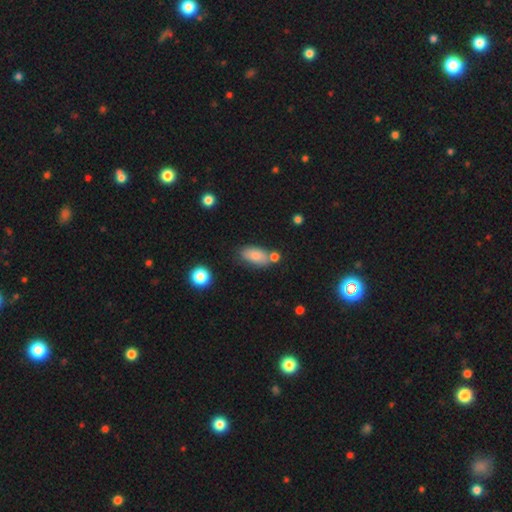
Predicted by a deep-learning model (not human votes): Smooth or featured: smooth — 82% (featured or disk — 10%)
How rounded: in between — 90% (cigar-shaped — 5%)
Merging: none — 63% (merger — 17%)